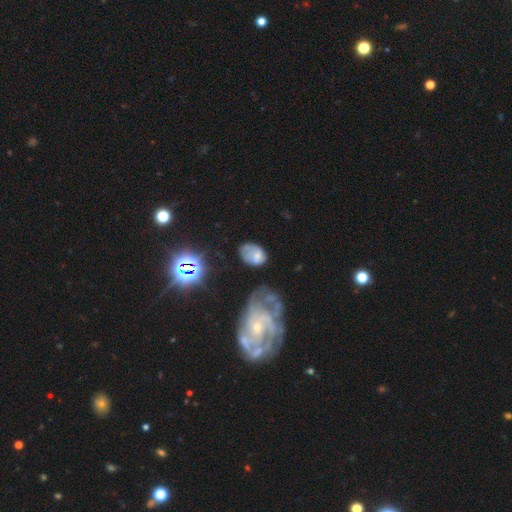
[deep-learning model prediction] This appears to be a smooth galaxy with no disk features (58%) that is in between round and cigar-shaped (77%). Merging: none (36%).